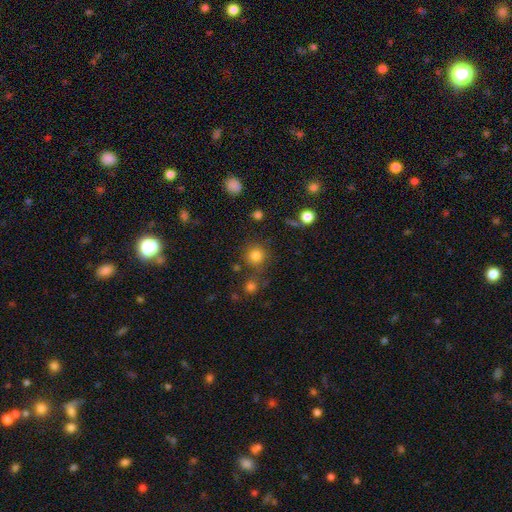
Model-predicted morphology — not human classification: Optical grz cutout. It shows a smooth galaxy with no disk features (80%) that is round (92%). Merging: none (77%).